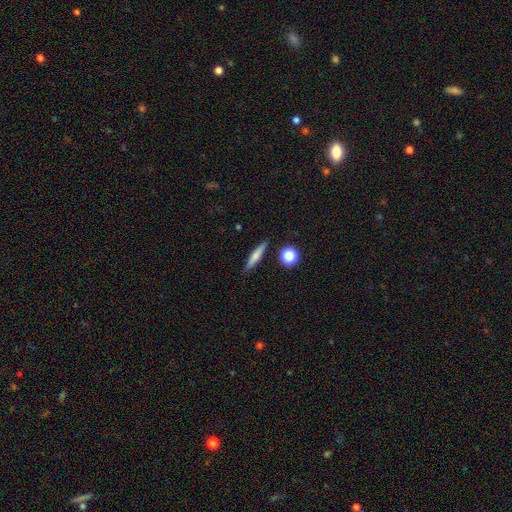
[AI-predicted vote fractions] Smooth or featured? Predicted: smooth (p=0.68). How rounded? Predicted: cigar-shaped (p=0.88). Merging? Predicted: none (p=0.88).